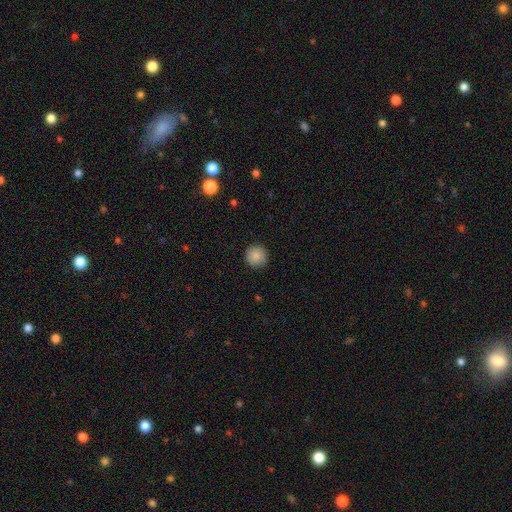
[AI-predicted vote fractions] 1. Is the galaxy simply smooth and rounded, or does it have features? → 85% smooth, 8% star or artifact, 7% featured or disk.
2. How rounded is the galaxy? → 95% round, 4% in between, 1% cigar-shaped.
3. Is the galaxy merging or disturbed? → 89% none, 8% minor disturbance, 2% major disturbance, 1% merger.